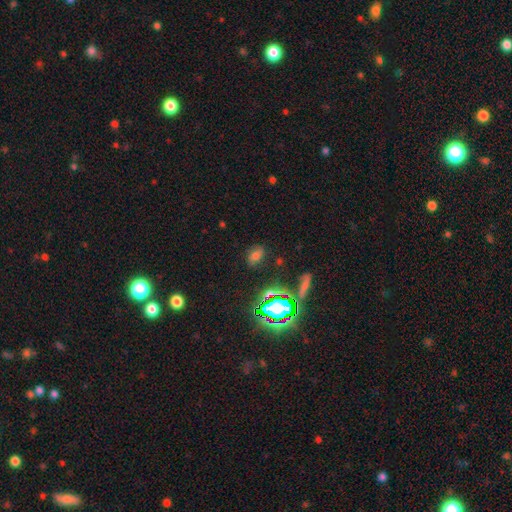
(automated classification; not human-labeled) smooth 57%, star or artifact 29%, featured or disk 13%. Down the decision tree: how rounded — in between (80%); merging — none (78%).